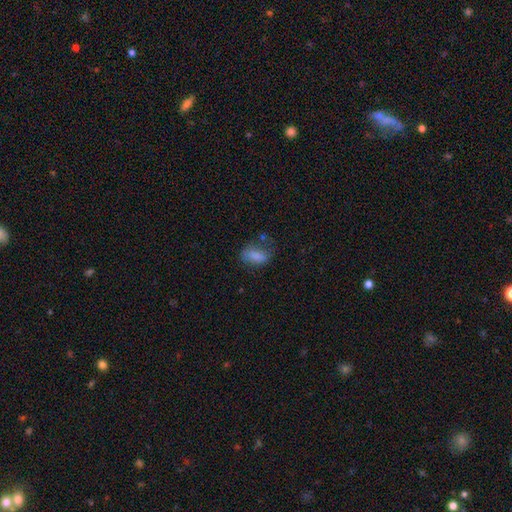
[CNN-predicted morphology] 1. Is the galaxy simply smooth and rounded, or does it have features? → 77% smooth, 13% featured or disk, 10% star or artifact.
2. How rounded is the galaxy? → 86% in between, 9% round, 5% cigar-shaped.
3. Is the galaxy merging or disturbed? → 53% none, 26% minor disturbance, 15% major disturbance, 6% merger.